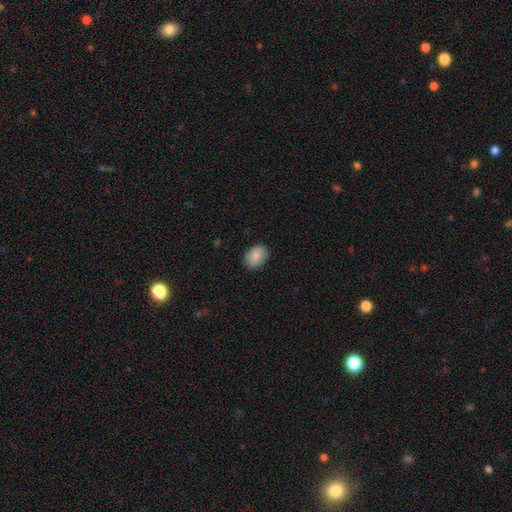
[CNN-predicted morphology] type=smooth (86%); roundness=in between (67%); merging=none (86%).